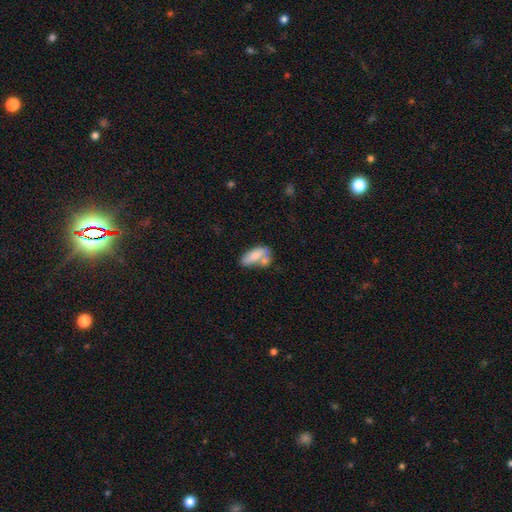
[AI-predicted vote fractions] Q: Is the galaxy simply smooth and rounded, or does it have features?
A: smooth — 78%.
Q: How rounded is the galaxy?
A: in between — 83%.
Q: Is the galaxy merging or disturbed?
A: merger — 41%.